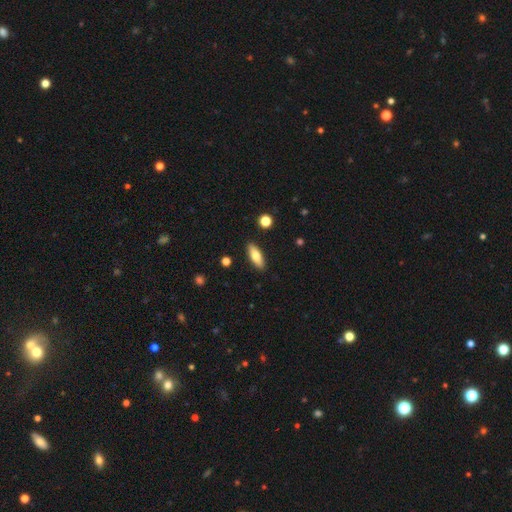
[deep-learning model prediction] This appears to be a smooth galaxy with no disk features (70%) that is in between round and cigar-shaped (59%). Merging: none (89%).